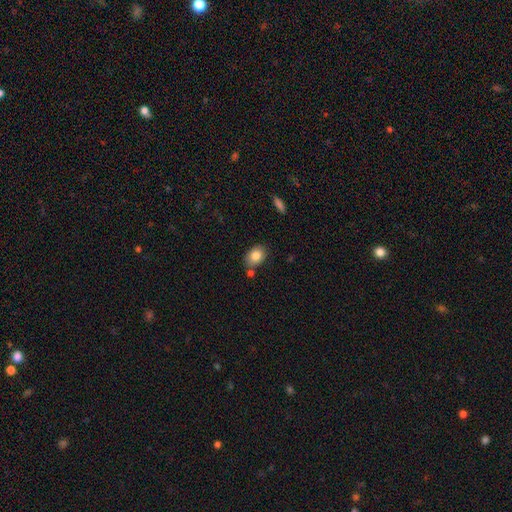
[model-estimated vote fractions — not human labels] smooth_or_featured: smooth (p=0.83) [alt: featured or disk p=0.09]
how_rounded: in between (p=0.78) [alt: round p=0.21]
merging: none (p=0.76) [alt: minor disturbance p=0.13]